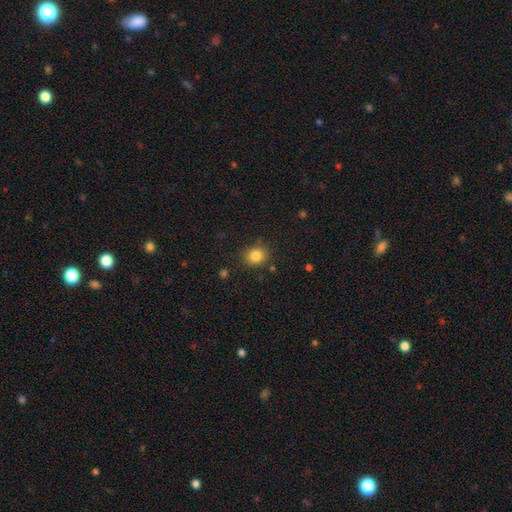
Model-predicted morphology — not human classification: smooth 84%, star or artifact 11%, featured or disk 5%. Down the decision tree: how rounded — round (80%); merging — none (84%).